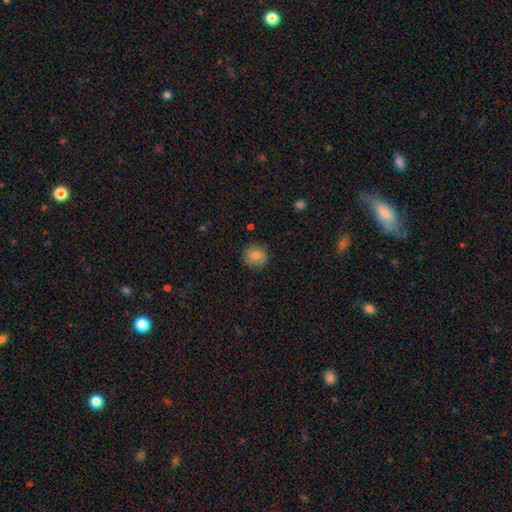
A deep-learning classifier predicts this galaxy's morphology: smooth-or-featured: smooth: 77% | featured or disk: 14% | star or artifact: 9%
  how-rounded: round: 88% | in between: 11% | cigar-shaped: 1%
  merging: none: 84% | minor disturbance: 12% | major disturbance: 3% | merger: 1%